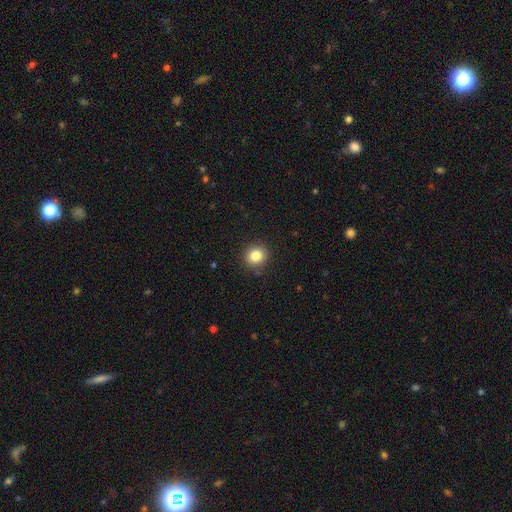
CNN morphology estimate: smooth-or-featured: smooth: 83% | star or artifact: 11% | featured or disk: 6%
  how-rounded: round: 84% | in between: 16% | cigar-shaped: 1%
  merging: none: 90% | minor disturbance: 7% | major disturbance: 2% | merger: 1%